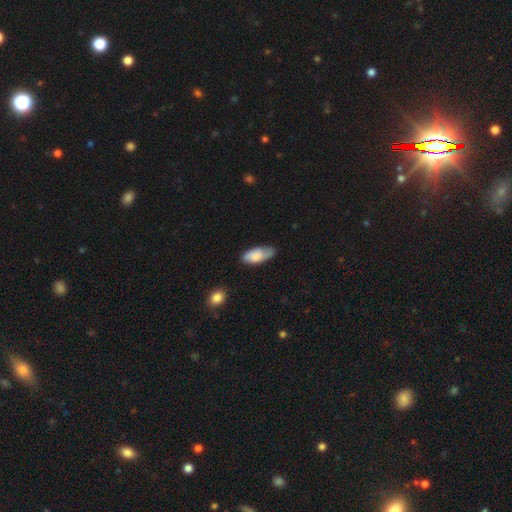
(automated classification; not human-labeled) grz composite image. It shows a smooth galaxy with no disk features (72%) that is in between round and cigar-shaped (86%). Merging: none (65%).